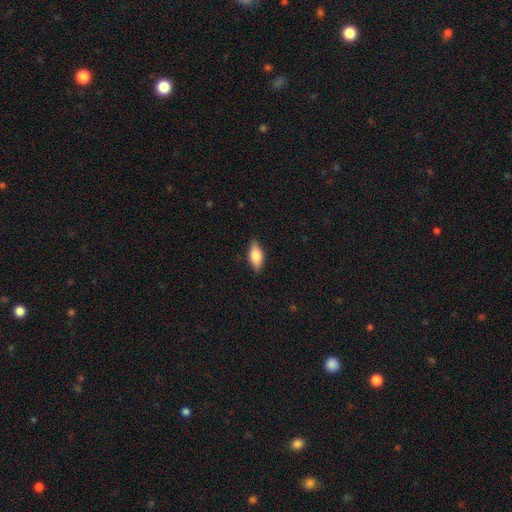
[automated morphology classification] smooth 75%, featured or disk 18%, star or artifact 6%. Down the decision tree: how rounded — in between (82%); merging — none (85%).